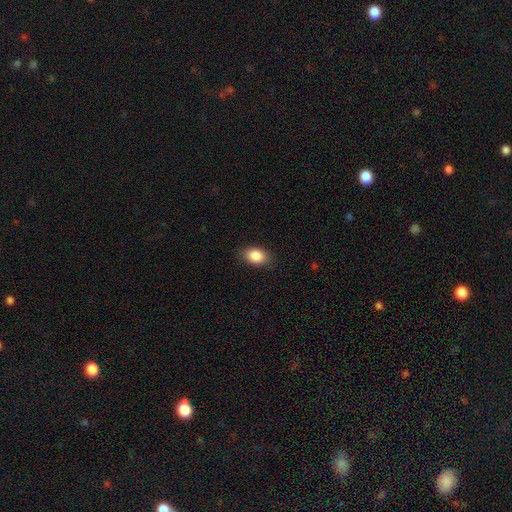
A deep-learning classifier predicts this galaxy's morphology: A smooth galaxy with no disk features (87%) that is in between round and cigar-shaped (84%).

Vote fractions:
- Smooth or featured? smooth: 87% / star or artifact: 8% / featured or disk: 5%
- How rounded? in between: 84% / round: 15% / cigar-shaped: 1%
- Merging? none: 85% / minor disturbance: 11% / major disturbance: 3% / merger: 1%